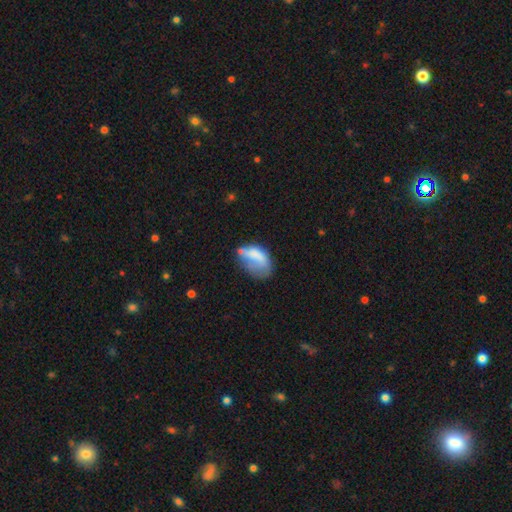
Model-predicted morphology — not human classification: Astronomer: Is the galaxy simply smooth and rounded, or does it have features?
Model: smooth — 64%.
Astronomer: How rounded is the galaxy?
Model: in between — 89%.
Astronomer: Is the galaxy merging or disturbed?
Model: major disturbance — 36% (runner-up: minor disturbance, 29%).